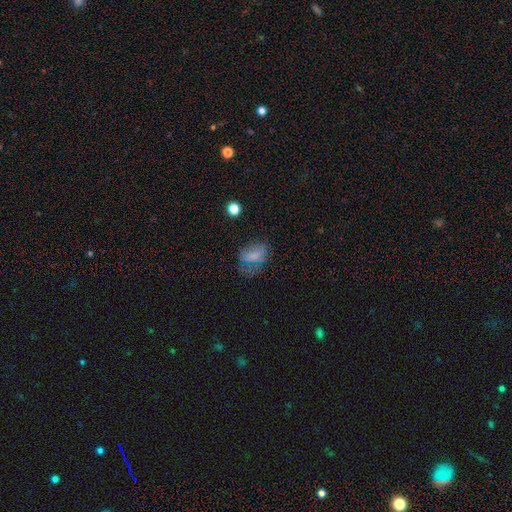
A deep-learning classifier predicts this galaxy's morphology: Q: Smooth or featured?
A: smooth (63%); runner-up: featured or disk (21%)
Q: How rounded?
A: in between (73%); runner-up: round (26%)
Q: Merging?
A: none (51%); runner-up: minor disturbance (26%)